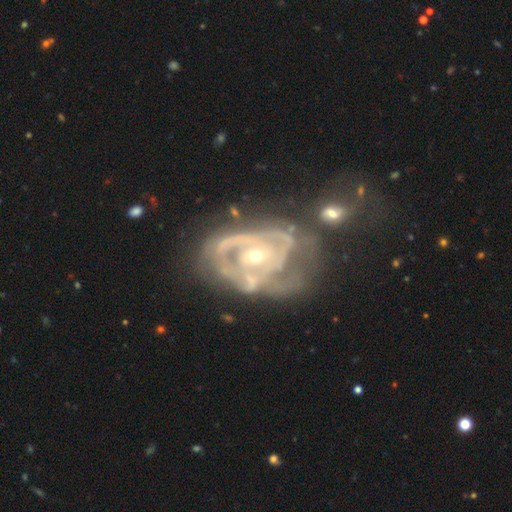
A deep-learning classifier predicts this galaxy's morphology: smooth_or_featured: featured or disk (p=0.86) [alt: smooth p=0.08]
disk_edge_on: no (p=0.97) [alt: yes p=0.03]
bar: no (p=0.66) [alt: weak p=0.23]
has_spiral_arms: yes (p=0.83) [alt: no p=0.17]
spiral_winding: tight (p=0.57) [alt: medium p=0.33]
spiral_arm_count: can't tell (p=0.35) [alt: 2 p=0.31]
bulge_size: small (p=0.60) [alt: moderate p=0.36]
merging: none (p=0.34) [alt: major disturbance p=0.29]